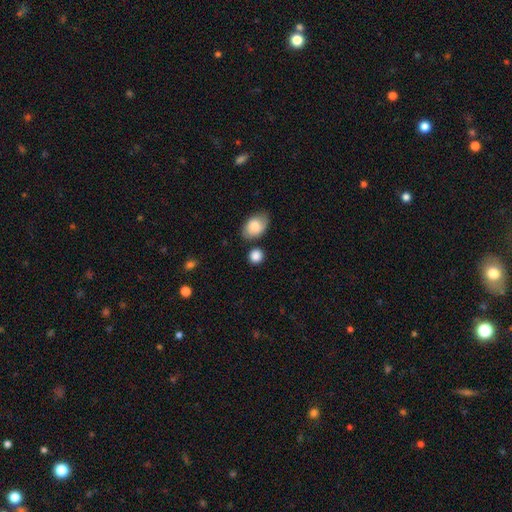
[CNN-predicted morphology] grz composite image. It shows a smooth galaxy with no disk features (86%) that is round (77%). Merging: none (74%).